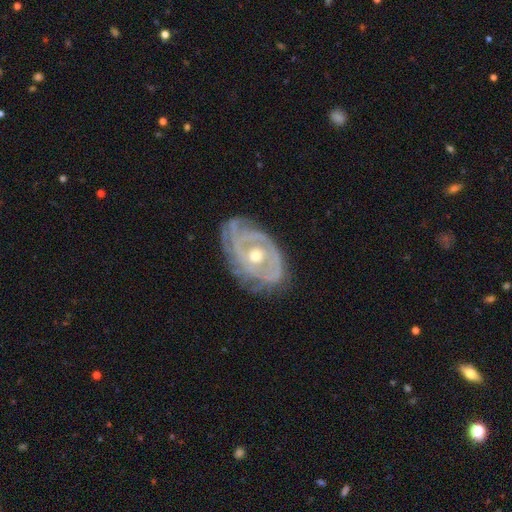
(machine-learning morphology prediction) Smooth or featured? Predicted: featured or disk (p=0.86). Edge-on disk? Predicted: no (p=0.95). Bar? Predicted: no (p=0.79). Spiral arms? Predicted: yes (p=0.90). Spiral winding? Predicted: tight (p=0.73). Spiral arm count? Predicted: can't tell (p=0.40). Bulge size? Predicted: moderate (p=0.64). Merging? Predicted: none (p=0.65).